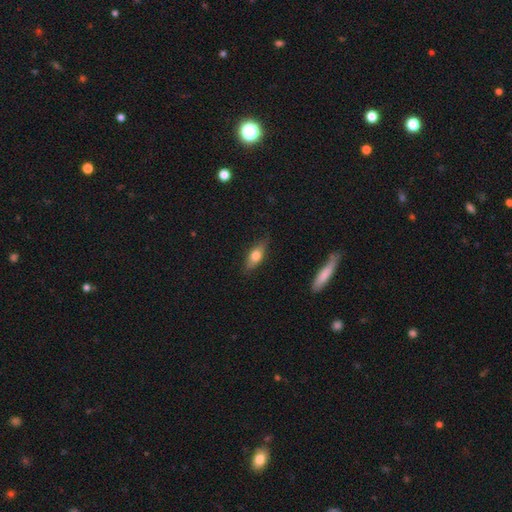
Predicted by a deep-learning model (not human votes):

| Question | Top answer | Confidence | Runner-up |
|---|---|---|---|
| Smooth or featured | smooth | 65% | featured or disk (28%) |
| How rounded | in between | 66% | cigar-shaped (30%) |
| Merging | none | 80% | minor disturbance (16%) |